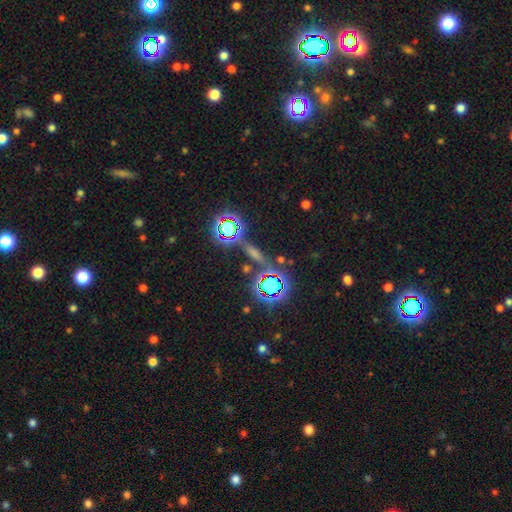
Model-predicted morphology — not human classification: Q: Smooth or featured?
A: star or artifact (75%); runner-up: smooth (17%)